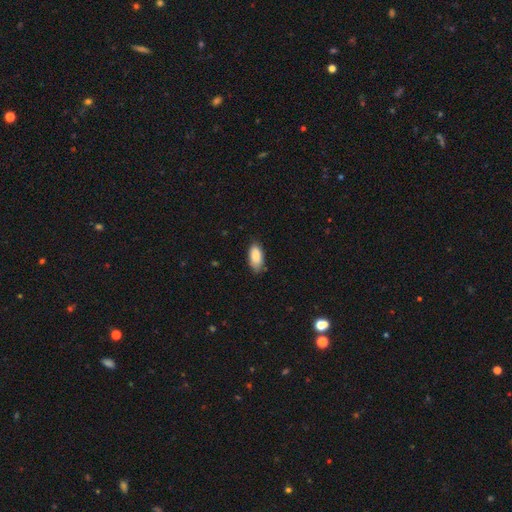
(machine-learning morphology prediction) Q: Smooth or featured?
A: smooth (85%); runner-up: featured or disk (8%)
Q: How rounded?
A: in between (91%); runner-up: cigar-shaped (7%)
Q: Merging?
A: none (78%); runner-up: minor disturbance (19%)